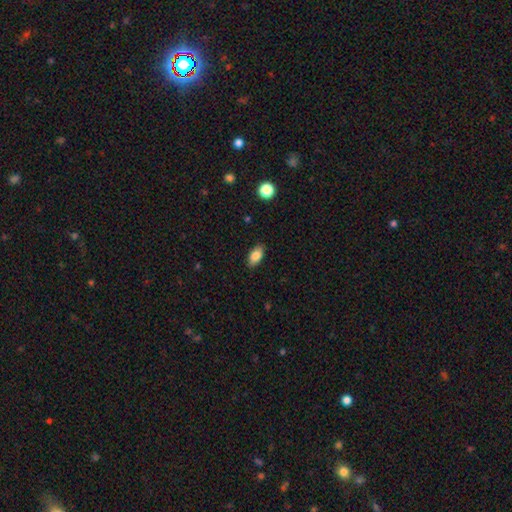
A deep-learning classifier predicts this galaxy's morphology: smooth 84%, star or artifact 8%, featured or disk 8%. Down the decision tree: how rounded — in between (91%); merging — none (86%).